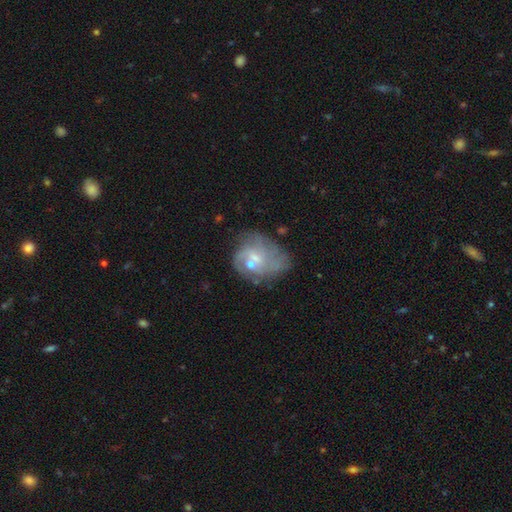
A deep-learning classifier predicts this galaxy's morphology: The model was most divided on "bulge size": small: 46%, moderate: 39%, none: 11%, large: 3%, dominant: 1%. Remaining: edge-on disk — no (98%); bar — no (69%); smooth or featured — featured or disk (59%); spiral arms — yes (58%); merging — none (37%).